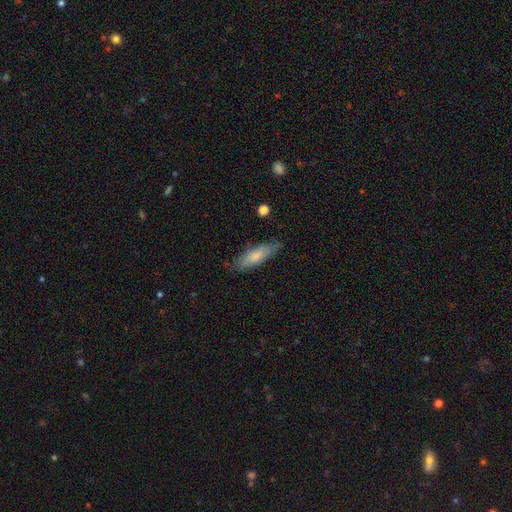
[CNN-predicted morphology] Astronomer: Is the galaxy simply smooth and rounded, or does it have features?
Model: smooth — 75%.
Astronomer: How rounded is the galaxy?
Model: cigar-shaped — 53% (runner-up: in between, 45%).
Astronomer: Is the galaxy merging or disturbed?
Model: none — 78%.